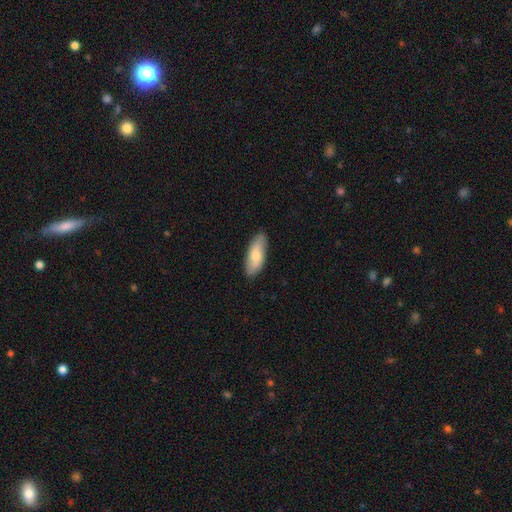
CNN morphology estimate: type=smooth (71%); roundness=in between (78%); merging=none (86%).